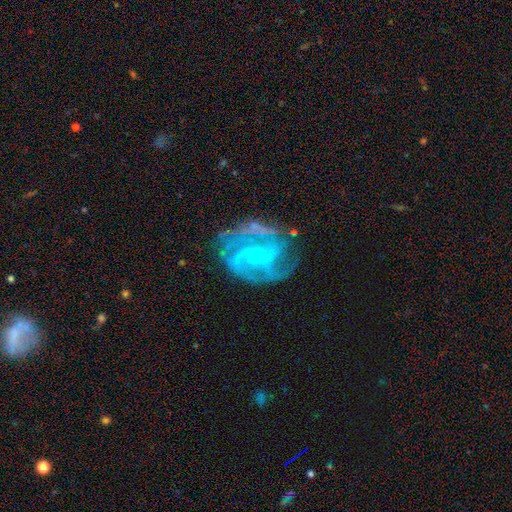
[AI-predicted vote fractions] Overall: featured or disk (86%). Edge-on disk: no (98%). Bar: no (50%; weak 38%). Spiral arms: yes (95%). Spiral arm count: 3 (33%; 2 29%). Spiral winding: medium (47%; tight 42%). Bulge size: small (63%; none 25%). Merging: none (61%).